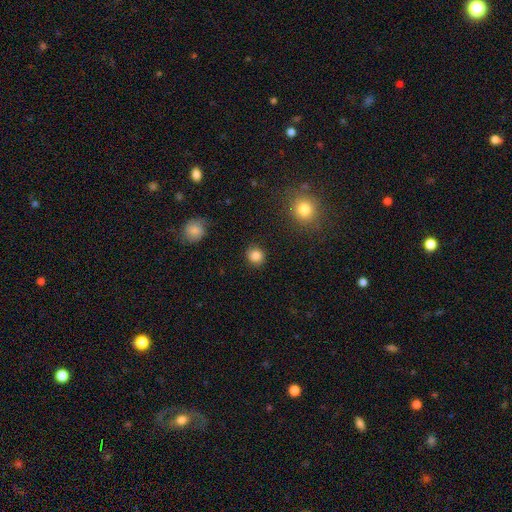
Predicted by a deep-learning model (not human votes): Morphology: type=smooth (85%); roundness=round (85%); merging=none (88%).